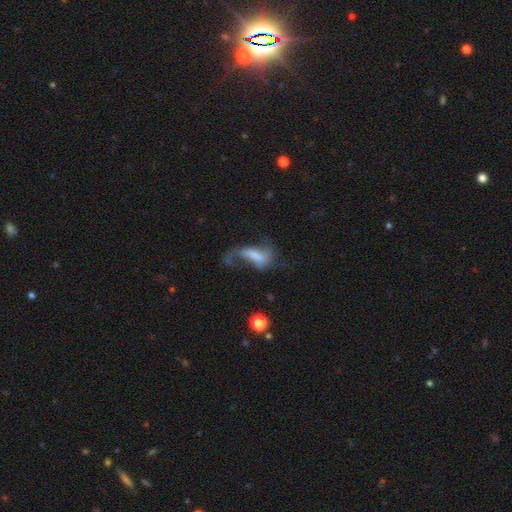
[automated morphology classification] The model was most divided on "smooth or featured": featured or disk: 53%, smooth: 36%, star or artifact: 11%. More confident: edge-on disk — no (92%); merging — major disturbance (51%).